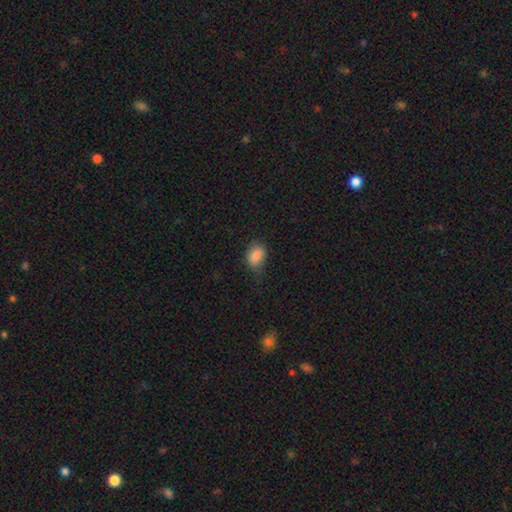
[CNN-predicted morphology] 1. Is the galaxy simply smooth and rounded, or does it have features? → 86% smooth, 9% star or artifact, 5% featured or disk.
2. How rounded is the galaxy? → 71% in between, 28% round, 1% cigar-shaped.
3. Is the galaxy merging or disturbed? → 57% none, 32% minor disturbance, 10% major disturbance, 2% merger.